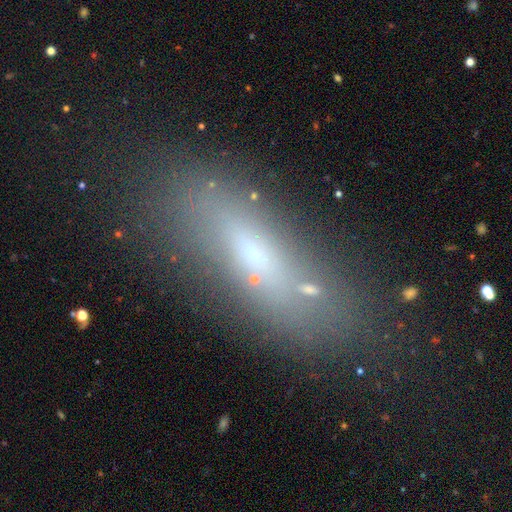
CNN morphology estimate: Smooth or featured? smooth (52%)
How rounded? cigar-shaped (50%)
Merging? none (67%)